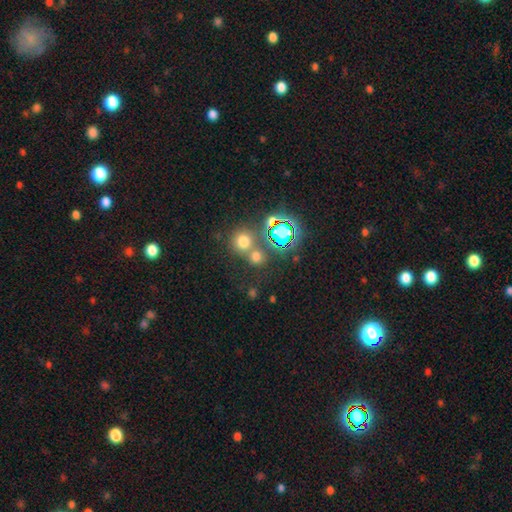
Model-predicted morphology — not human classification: smooth 64%, star or artifact 28%, featured or disk 8%. Down the decision tree: how rounded — round (85%); merging — none (59%).